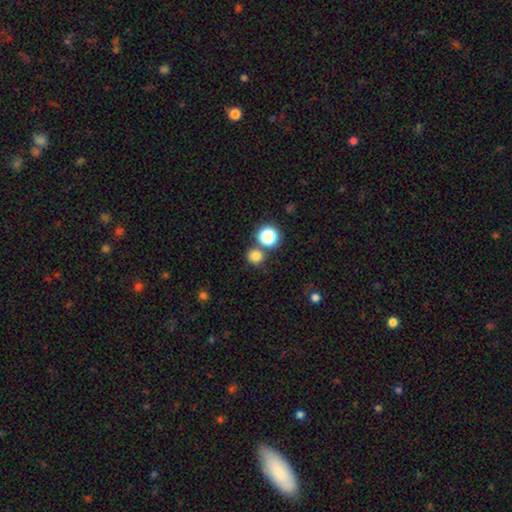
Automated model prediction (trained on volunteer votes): This is likely a smooth galaxy (77%). How rounded: clearly round (90%). Merging: likely none (75%).